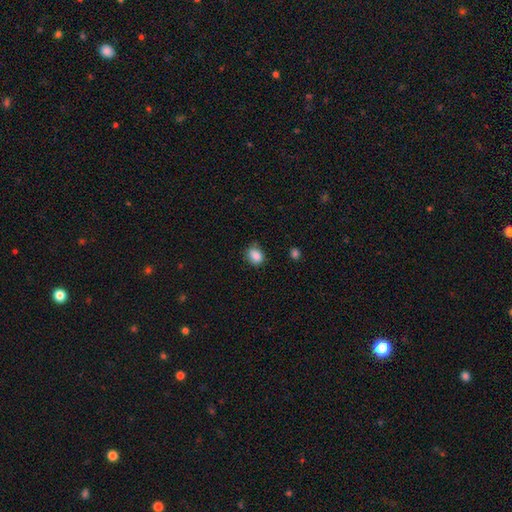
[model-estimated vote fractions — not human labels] smooth_or_featured: smooth (p=0.87) [alt: star or artifact p=0.09]
how_rounded: round (p=0.50) [alt: in between p=0.49]
merging: none (p=0.74) [alt: minor disturbance p=0.20]